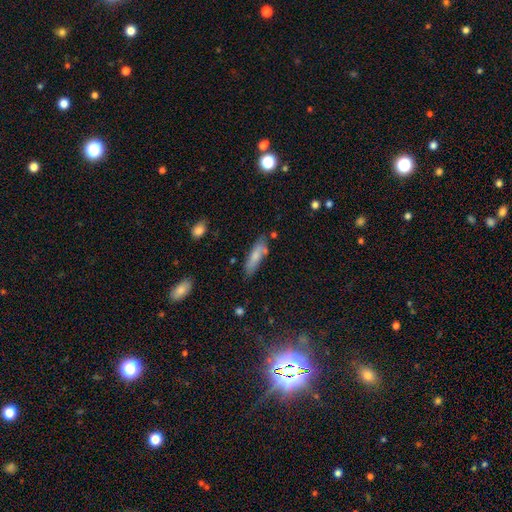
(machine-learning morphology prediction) A smooth galaxy with no disk features (71%) that is cigar-shaped (54%). Merging: none (66%).